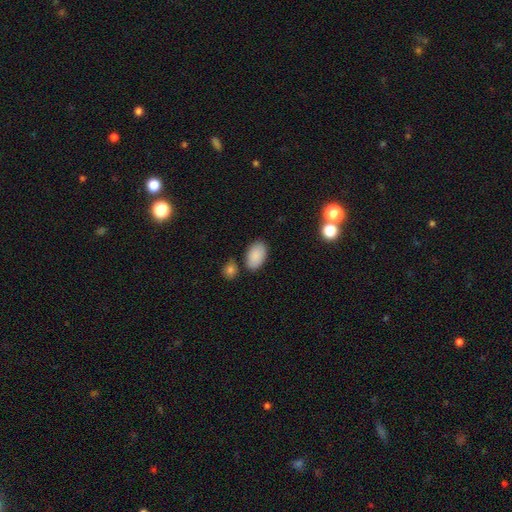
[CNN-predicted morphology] A smooth galaxy with no disk features (89%) that is in between round and cigar-shaped (93%).

Vote fractions:
- Smooth or featured? smooth: 89% / star or artifact: 7% / featured or disk: 5%
- How rounded? in between: 93% / round: 5% / cigar-shaped: 1%
- Merging? none: 78% / minor disturbance: 13% / merger: 6% / major disturbance: 3%